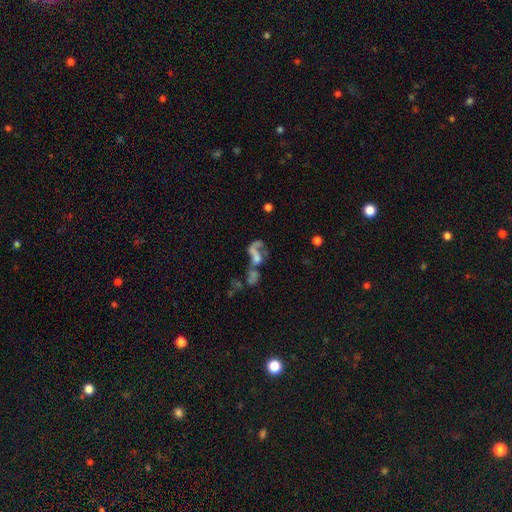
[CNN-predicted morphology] Smooth or featured: featured or disk — 50% (smooth — 34%)
Edge-on disk: no — 96% (yes — 4%)
Merging: merger — 58% (major disturbance — 23%)